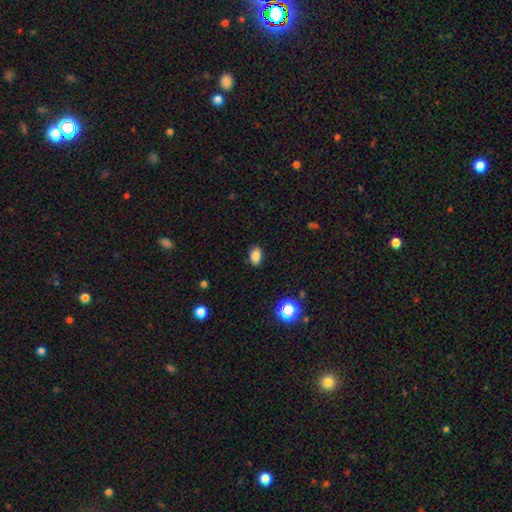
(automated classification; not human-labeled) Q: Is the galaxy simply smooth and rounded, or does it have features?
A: smooth — 82%.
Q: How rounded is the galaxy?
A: in between — 86%.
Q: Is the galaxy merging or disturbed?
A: none — 87%.